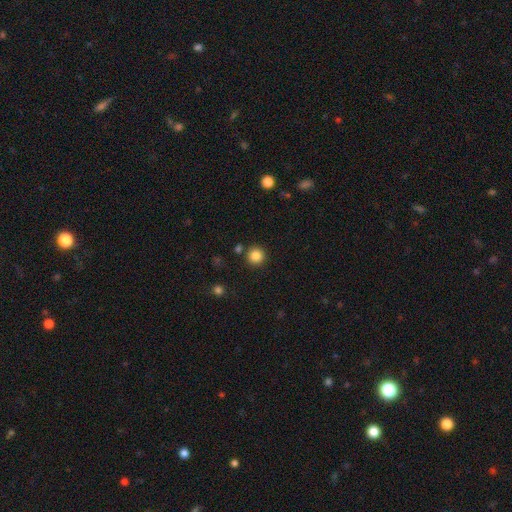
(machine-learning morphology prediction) The model was most divided on "smooth or featured": smooth: 85%, star or artifact: 11%, featured or disk: 4%. More confident: how rounded — round (95%); merging — none (88%).